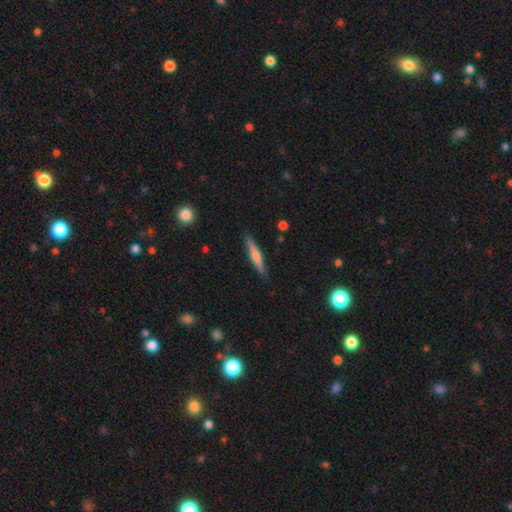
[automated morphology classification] A featured or disk galaxy (48%).

Vote fractions:
- Smooth or featured? featured or disk: 48% / smooth: 46% / star or artifact: 6%
- Merging? none: 89% / minor disturbance: 8% / major disturbance: 2% / merger: 1%